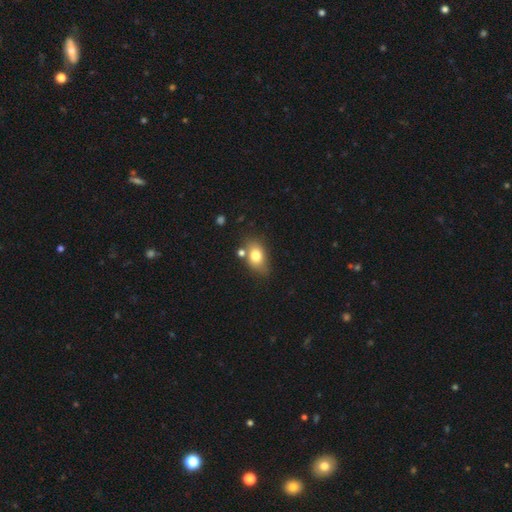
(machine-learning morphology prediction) smooth-or-featured: smooth: 77% | featured or disk: 13% | star or artifact: 10%
  how-rounded: in between: 76% | round: 23% | cigar-shaped: 2%
  merging: none: 67% | minor disturbance: 17% | merger: 11% | major disturbance: 5%